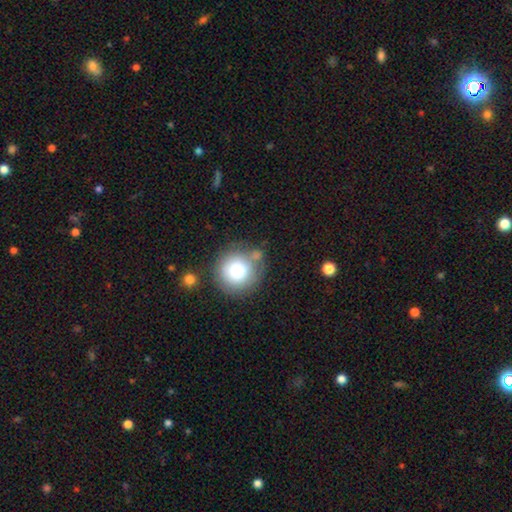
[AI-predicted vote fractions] Smooth or featured? Predicted: smooth (p=0.79). How rounded? Predicted: round (p=0.93). Merging? Predicted: none (p=0.71).